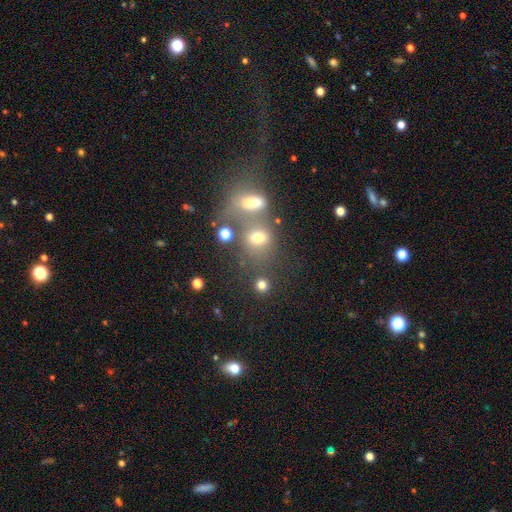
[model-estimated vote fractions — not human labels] A smooth galaxy with no disk features (52%) that is round (51%). Merging: merger (55%).